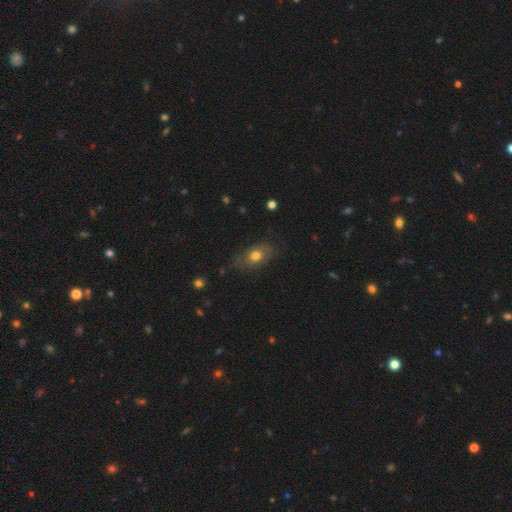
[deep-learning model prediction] This appears to be a smooth galaxy with no disk features (69%) that is in between round and cigar-shaped (80%). Merging: none (72%).